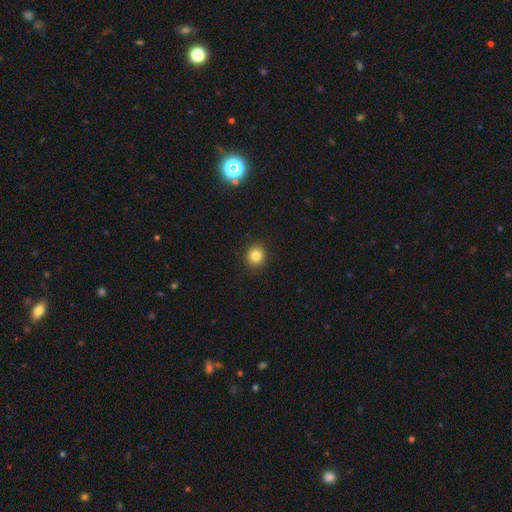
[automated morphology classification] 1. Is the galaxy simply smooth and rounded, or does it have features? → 83% smooth, 11% star or artifact, 6% featured or disk.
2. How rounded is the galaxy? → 87% round, 12% in between, 1% cigar-shaped.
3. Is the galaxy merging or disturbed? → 92% none, 6% minor disturbance, 2% major disturbance, 1% merger.